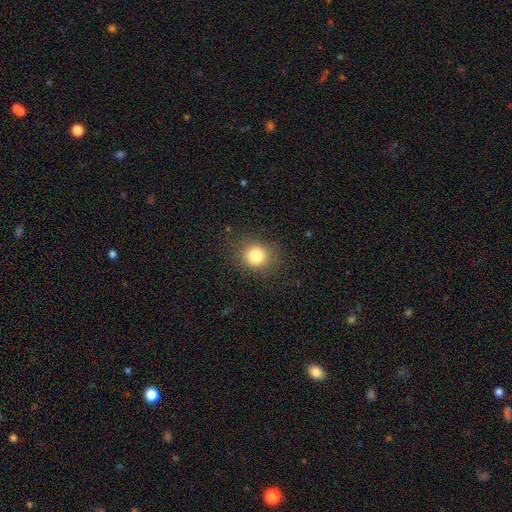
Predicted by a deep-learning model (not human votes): Q: Smooth or featured?
A: smooth (83%); runner-up: star or artifact (11%)
Q: How rounded?
A: round (80%); runner-up: in between (19%)
Q: Merging?
A: none (83%); runner-up: minor disturbance (11%)